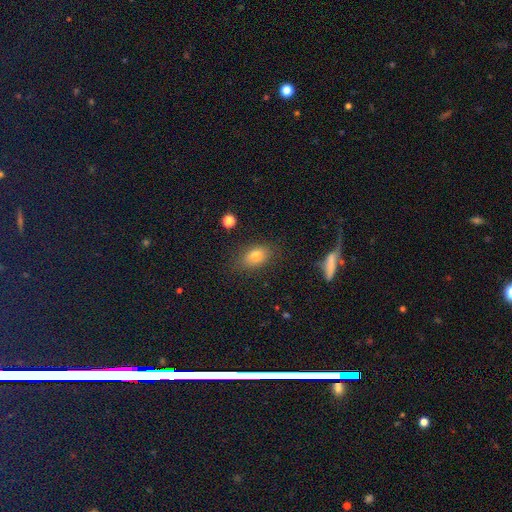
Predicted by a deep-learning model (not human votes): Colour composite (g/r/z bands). It shows a smooth galaxy with no disk features (76%) that is in between round and cigar-shaped (82%). Merging: none (79%).